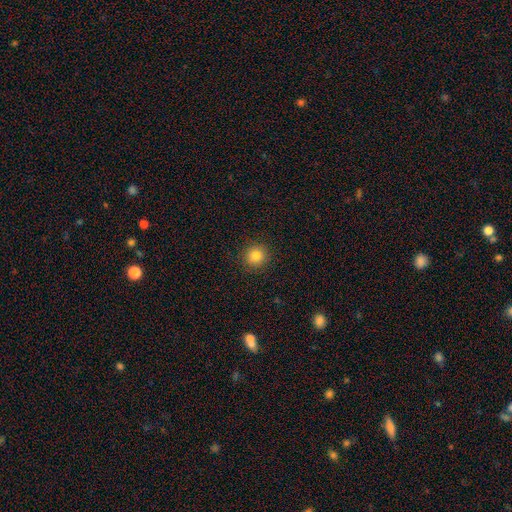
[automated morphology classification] Overall: smooth (84%). How rounded: round (92%). Merging: none (91%).